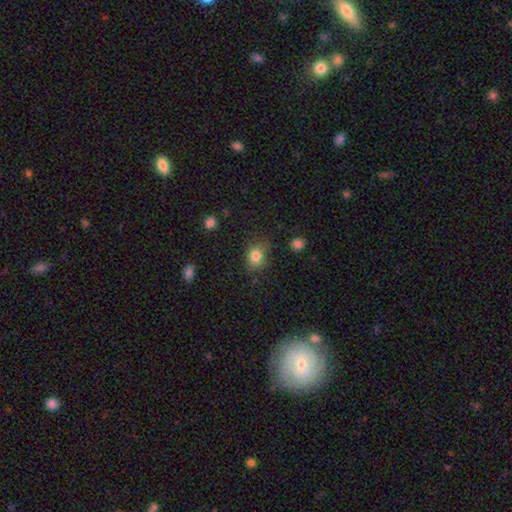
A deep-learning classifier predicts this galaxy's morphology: This is clearly a smooth galaxy (82%). How rounded: possibly in between (53%). Merging: likely none (73%).